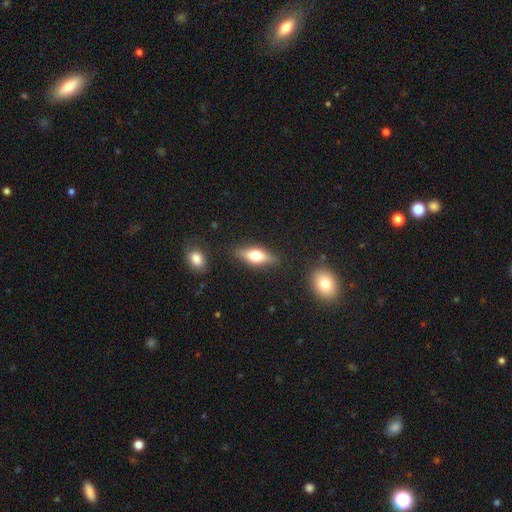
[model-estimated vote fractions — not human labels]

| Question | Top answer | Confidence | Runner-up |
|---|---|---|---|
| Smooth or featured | smooth | 54% | featured or disk (38%) |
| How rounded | in between | 62% | cigar-shaped (34%) |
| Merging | none | 84% | minor disturbance (11%) |